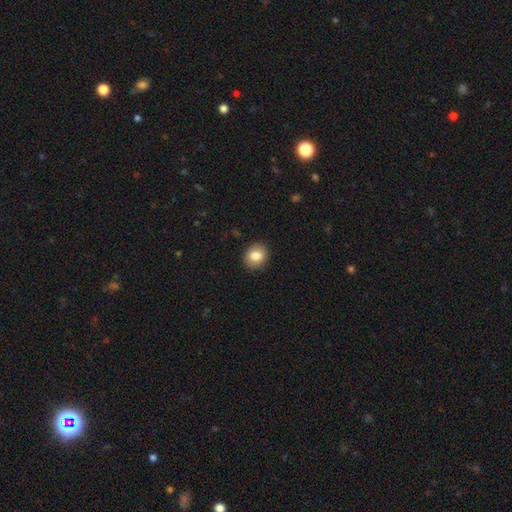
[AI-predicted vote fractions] Smooth or featured? smooth (84%)
How rounded? round (58%)
Merging? none (90%)